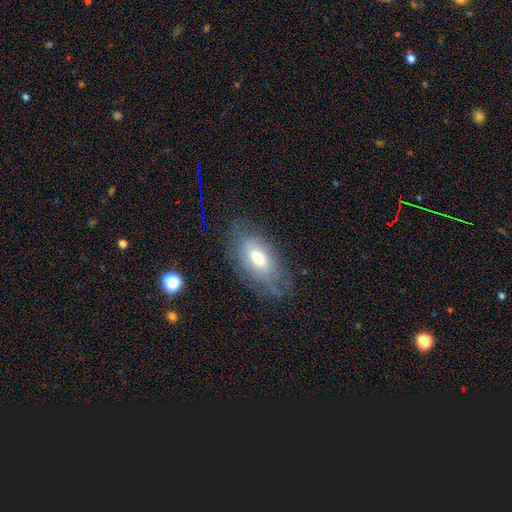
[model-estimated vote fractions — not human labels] smooth 49%, featured or disk 40%, star or artifact 11%. Down the decision tree: merging — none (70%).